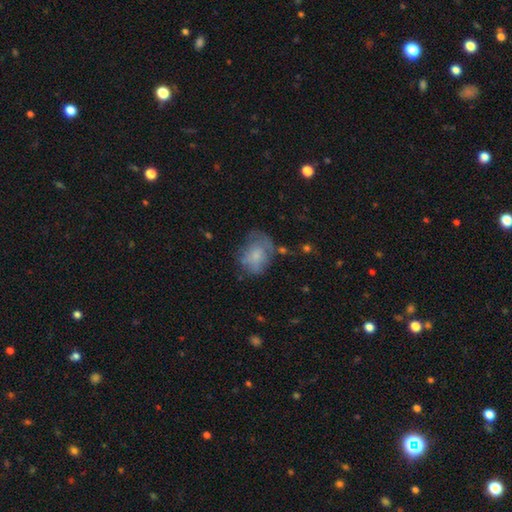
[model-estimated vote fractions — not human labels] smooth 63%, featured or disk 28%, star or artifact 9%. Down the decision tree: how rounded — in between (63%); merging — none (45%).